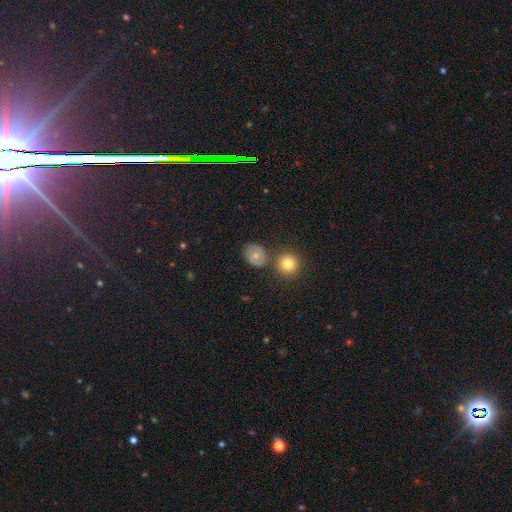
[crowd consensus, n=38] smooth_or_featured: smooth (p=0.66) [alt: featured or disk p=0.34]
how_rounded: round (p=0.68) [alt: in between p=0.32]
merging: none (p=0.50) [alt: minor disturbance p=0.26]